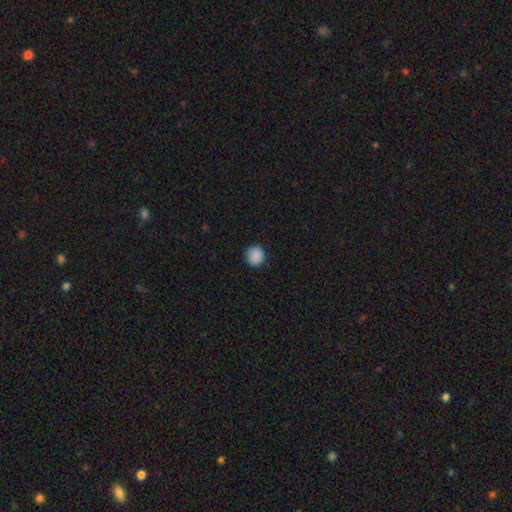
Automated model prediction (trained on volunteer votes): smooth_or_featured: smooth (p=0.89) [alt: star or artifact p=0.08]
how_rounded: round (p=0.92) [alt: in between p=0.07]
merging: none (p=0.91) [alt: minor disturbance p=0.06]